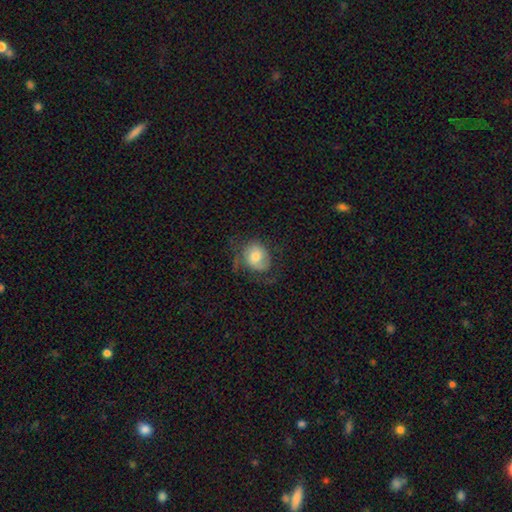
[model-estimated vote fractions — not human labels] Smooth or featured? Predicted: smooth (p=0.52). How rounded? Predicted: round (p=0.63). Merging? Predicted: none (p=0.52).